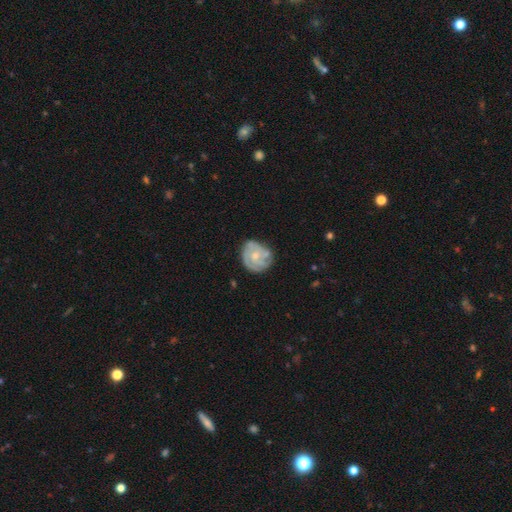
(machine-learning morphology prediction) This appears to be a featured or disk galaxy (71%) with no bar (78%), 3 (32%) tight (63%) spiral arms (85%) and a small central bulge (55%). Merging: none (67%).